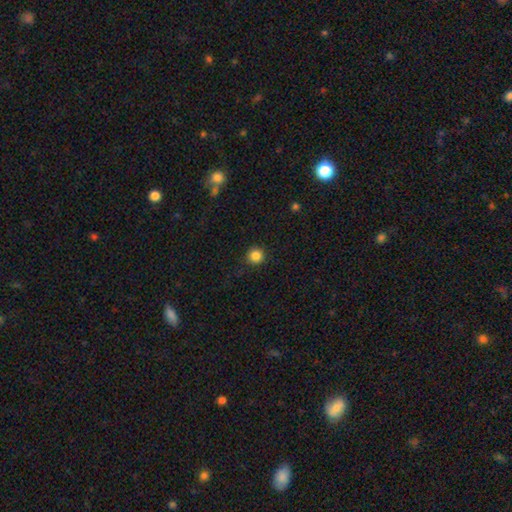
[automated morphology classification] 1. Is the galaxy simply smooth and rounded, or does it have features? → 85% smooth, 11% star or artifact, 4% featured or disk.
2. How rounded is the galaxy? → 94% round, 5% in between, 1% cigar-shaped.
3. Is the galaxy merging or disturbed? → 90% none, 6% minor disturbance, 2% major disturbance, 1% merger.